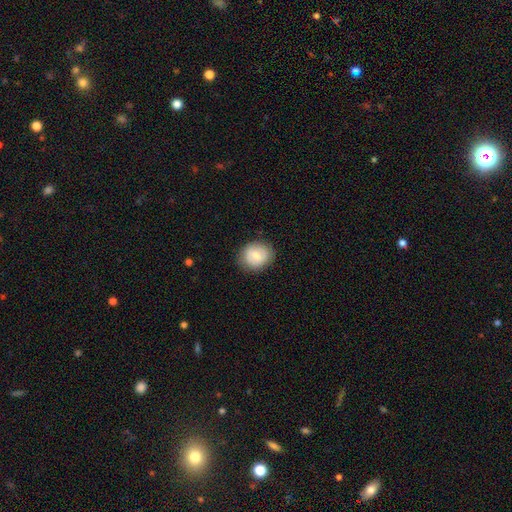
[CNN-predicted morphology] Smooth or featured? smooth (76%)
How rounded? round (68%)
Merging? none (83%)